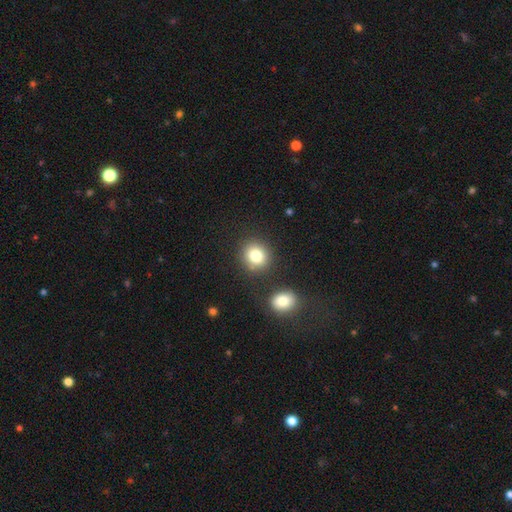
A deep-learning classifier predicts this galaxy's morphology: A smooth galaxy with no disk features (82%) that is round (82%).

Vote fractions:
- Smooth or featured? smooth: 82% / star or artifact: 11% / featured or disk: 7%
- How rounded? round: 82% / in between: 17% / cigar-shaped: 1%
- Merging? none: 78% / merger: 10% / minor disturbance: 9% / major disturbance: 3%